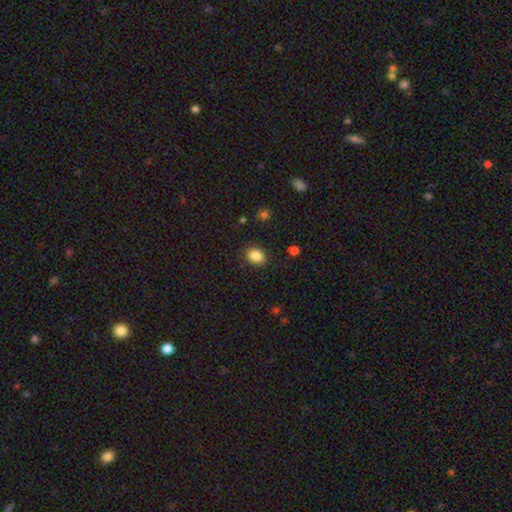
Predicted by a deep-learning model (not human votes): The model was most divided on "how rounded": in between: 58%, round: 41%, cigar-shaped: 1%. More confident: merging — none (87%); smooth or featured — smooth (86%).